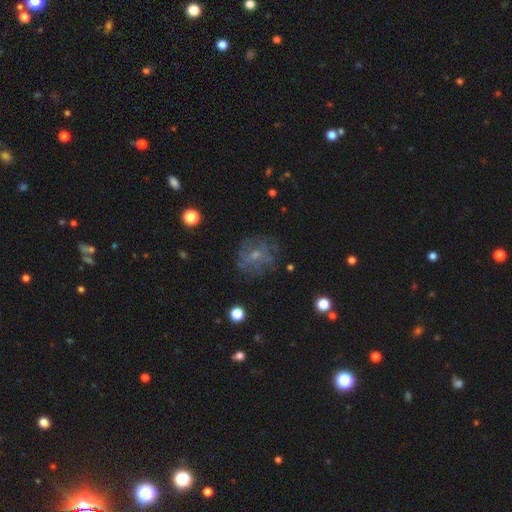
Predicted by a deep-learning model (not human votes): Overall: featured or disk (48%; smooth 35%). Merging: none (67%).